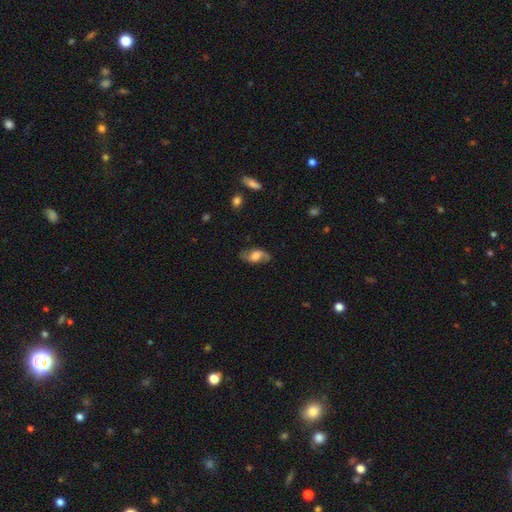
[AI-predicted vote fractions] smooth-or-featured: featured or disk: 60% | smooth: 33% | star or artifact: 7%
  disk-edge-on: no: 92% | yes: 8%
    bar: no: 53% | weak: 37% | strong: 10%
    has-spiral-arms: yes: 87% | no: 13%
    bulge-size: moderate: 48% | large: 33% | small: 12% | none: 4% | dominant: 3%
  merging: none: 74% | minor disturbance: 18% | major disturbance: 6% | merger: 1%